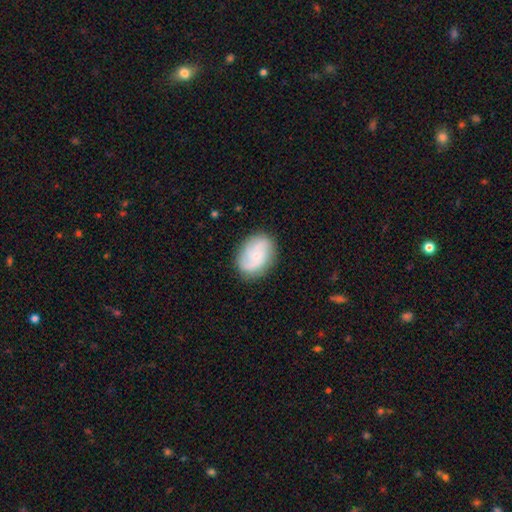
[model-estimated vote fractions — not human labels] A featured or disk galaxy (66%) with no bar (71%), 2 (39%) medium (44%) spiral arms (93%) and a small central bulge (72%).

Vote fractions:
- Smooth or featured? featured or disk: 66% / smooth: 27% / star or artifact: 7%
- Edge-on disk? no: 97% / yes: 3%
- Bar? no: 71% / weak: 25% / strong: 4%
- Spiral arms? yes: 93% / no: 7%
- Spiral winding? medium: 44% / tight: 30% / loose: 26%
- Spiral arm count? 2: 39% / 3: 30% / can't tell: 18% / 4: 5% / 1: 4% / more than 4: 4%
- Bulge size? small: 72% / moderate: 22% / none: 4% / large: 1% / dominant: 1%
- Merging? none: 80% / minor disturbance: 15% / major disturbance: 4% / merger: 1%